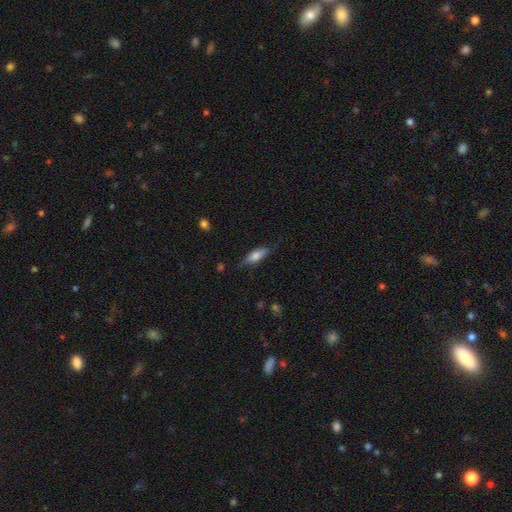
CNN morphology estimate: Smooth or featured? smooth (68%)
How rounded? in between (59%)
Merging? none (72%)